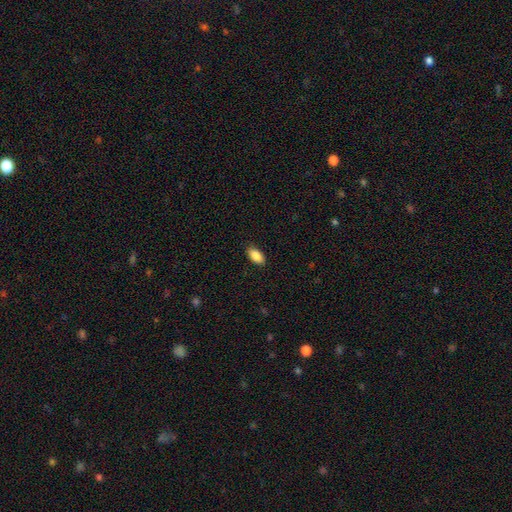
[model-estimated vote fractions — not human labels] Smooth or featured: smooth — 87% (star or artifact — 7%)
How rounded: in between — 93% (cigar-shaped — 4%)
Merging: none — 88% (minor disturbance — 9%)